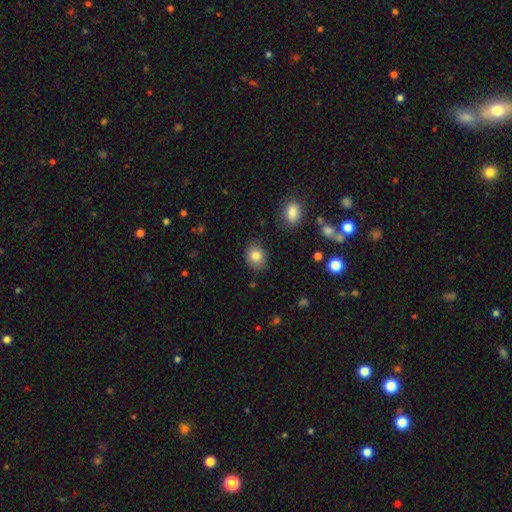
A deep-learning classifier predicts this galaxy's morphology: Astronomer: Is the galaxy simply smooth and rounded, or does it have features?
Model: smooth — 82%.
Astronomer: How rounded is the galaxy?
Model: in between — 50% (runner-up: round, 49%).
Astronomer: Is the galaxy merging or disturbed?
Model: none — 82%.